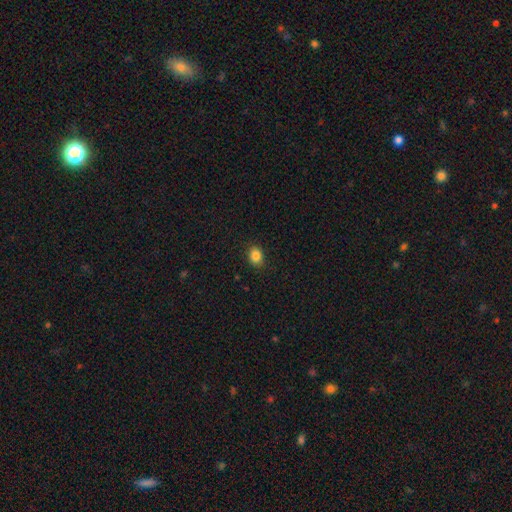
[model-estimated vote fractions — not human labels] Overall: smooth (85%). How rounded: round (51%; in between 48%). Merging: none (89%).